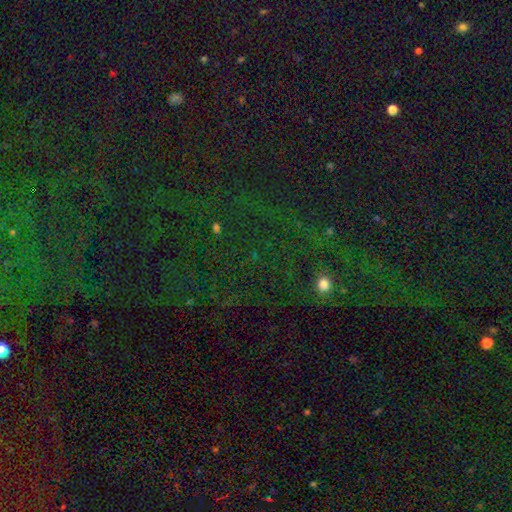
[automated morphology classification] This appears to be a star or artifact, not a galaxy (79%).